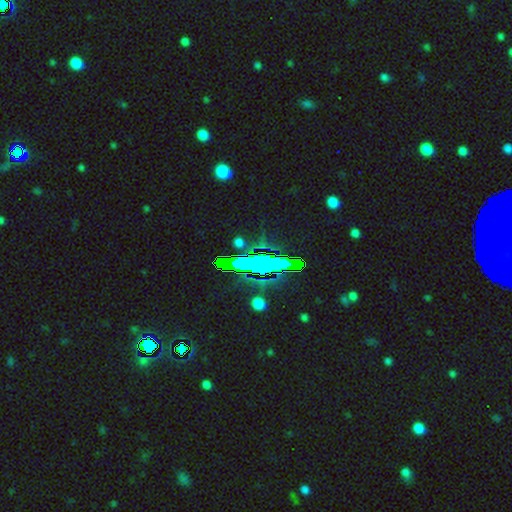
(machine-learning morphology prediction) This appears to be a star or artifact, not a galaxy (66%).